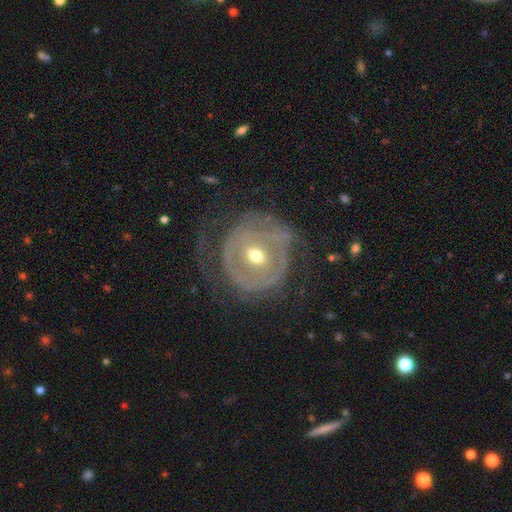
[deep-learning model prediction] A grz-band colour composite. It shows a featured or disk galaxy (75%) with no bar (53%), spiral arms (64%) and a moderate central bulge (59%). Merging: none (53%).